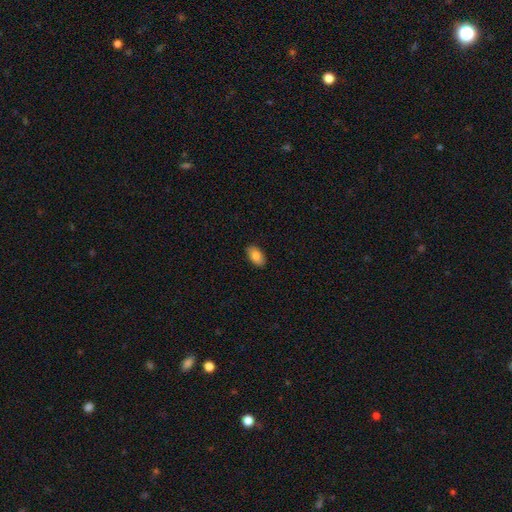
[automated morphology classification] smooth-or-featured: smooth: 84% | featured or disk: 9% | star or artifact: 7%
  how-rounded: in between: 94% | round: 4% | cigar-shaped: 2%
  merging: none: 89% | minor disturbance: 8% | major disturbance: 2% | merger: 1%